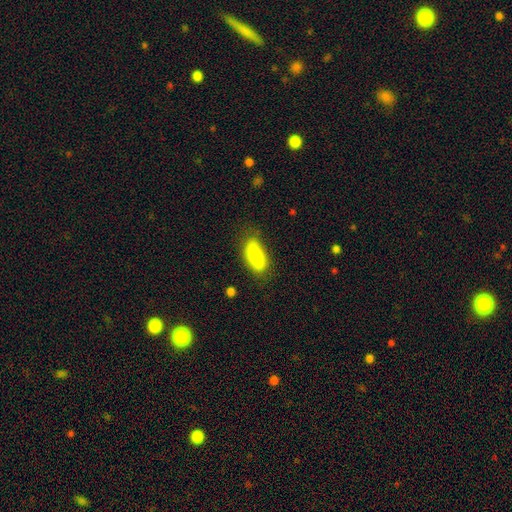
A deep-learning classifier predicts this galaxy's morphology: Smooth or featured: smooth — 84% (featured or disk — 10%)
How rounded: in between — 81% (cigar-shaped — 16%)
Merging: none — 71% (minor disturbance — 21%)